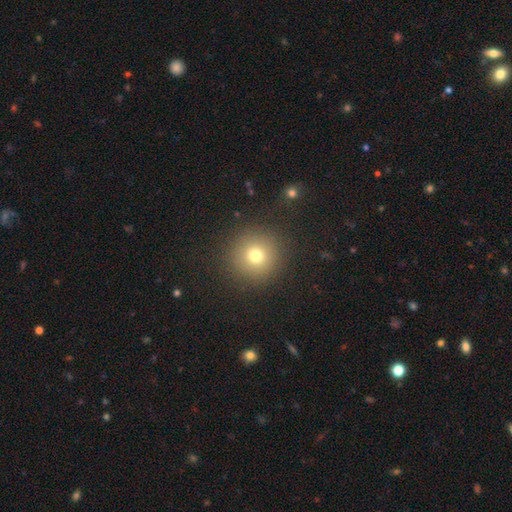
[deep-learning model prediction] Smooth or featured? Predicted: smooth (p=0.74). How rounded? Predicted: round (p=0.95). Merging? Predicted: none (p=0.89).